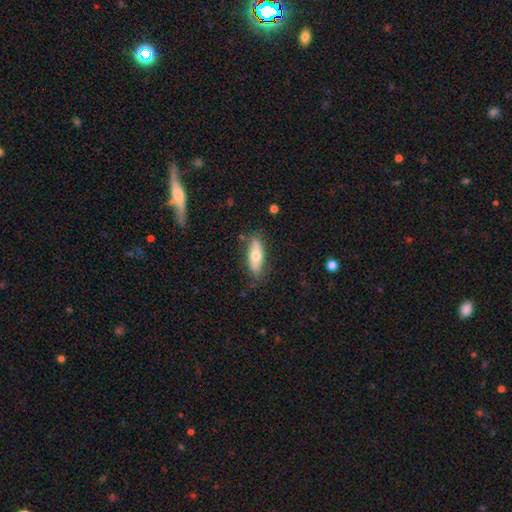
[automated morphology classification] Smooth or featured? Predicted: smooth (p=0.59). How rounded? Predicted: in between (p=0.75). Merging? Predicted: none (p=0.76).